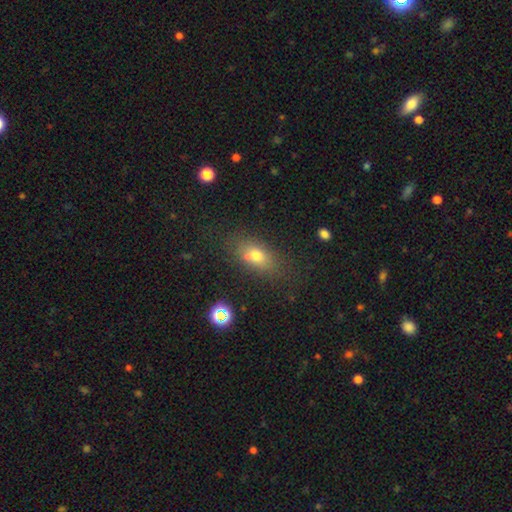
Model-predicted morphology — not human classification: A smooth galaxy with no disk features (70%) that is in between round and cigar-shaped (77%).

Vote fractions:
- Smooth or featured? smooth: 70% / featured or disk: 16% / star or artifact: 14%
- How rounded? in between: 77% / round: 16% / cigar-shaped: 7%
- Merging? none: 66% / minor disturbance: 16% / merger: 10% / major disturbance: 7%